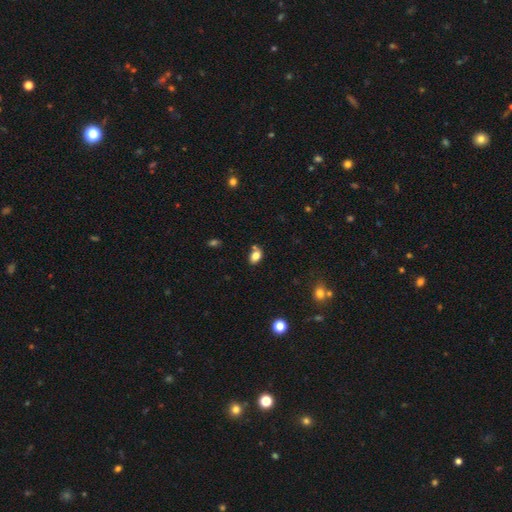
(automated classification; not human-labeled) Smooth or featured?
  - smooth: 81% *
  - star or artifact: 11%
  - featured or disk: 8%
How rounded?
  - in between: 79% *
  - round: 19%
  - cigar-shaped: 2%
Merging?
  - none: 65% *
  - minor disturbance: 17%
  - merger: 15%
  - major disturbance: 4%